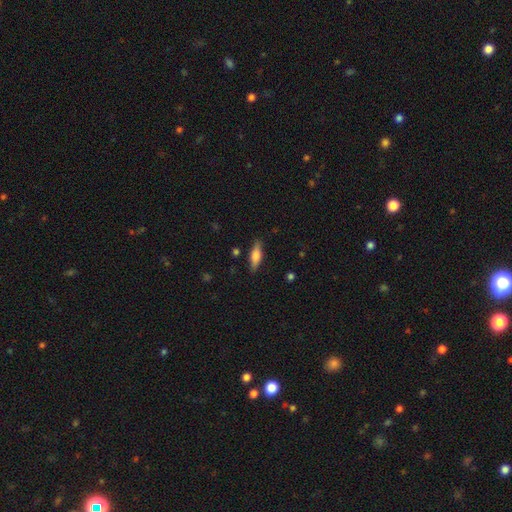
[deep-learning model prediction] Smooth or featured? Predicted: smooth (p=0.65). How rounded? Predicted: cigar-shaped (p=0.49). Merging? Predicted: none (p=0.85).